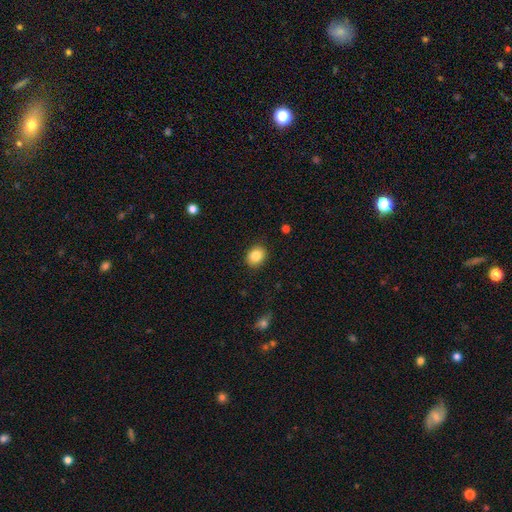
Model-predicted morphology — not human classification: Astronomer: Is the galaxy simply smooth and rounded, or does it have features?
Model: smooth — 85%.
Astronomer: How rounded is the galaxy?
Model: round — 52% (runner-up: in between, 47%).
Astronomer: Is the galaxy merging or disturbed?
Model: none — 89%.